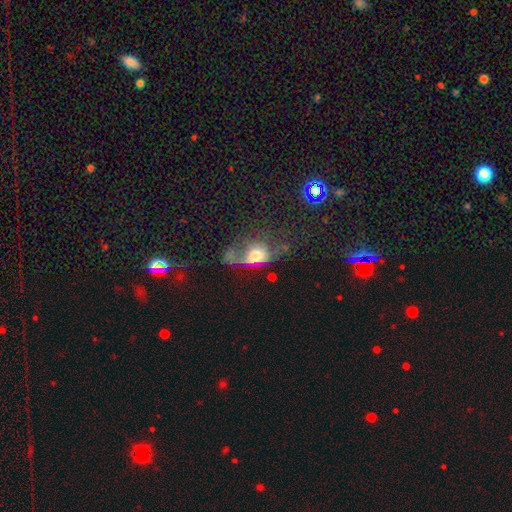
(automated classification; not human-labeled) A smooth galaxy with no disk features (48%).

Vote fractions:
- Smooth or featured? smooth: 48% / featured or disk: 39% / star or artifact: 13%
- Merging? major disturbance: 54% / none: 22% / minor disturbance: 17% / merger: 8%